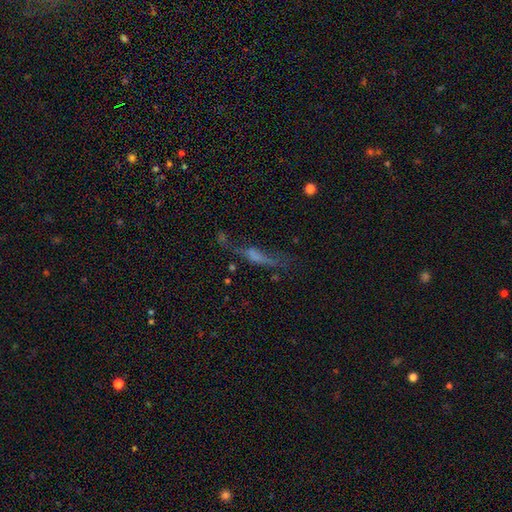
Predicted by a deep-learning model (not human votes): Overall: smooth (43%; featured or disk 40%). Merging: none (40%; major disturbance 28%).